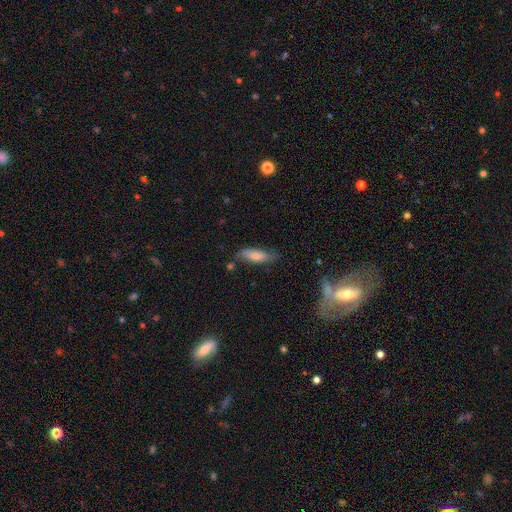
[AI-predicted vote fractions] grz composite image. It shows a smooth galaxy with no disk features (71%) that is in between round and cigar-shaped (54%). Merging: none (64%).